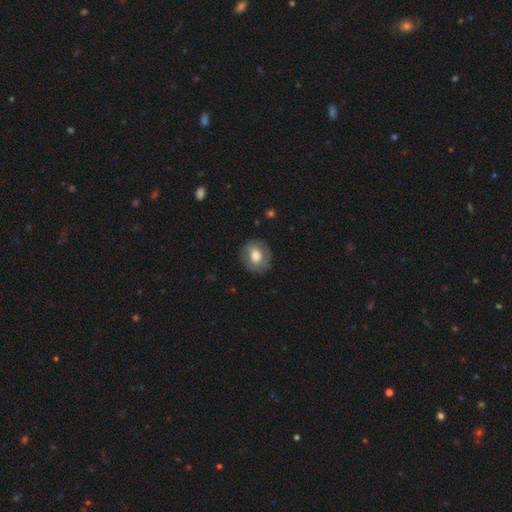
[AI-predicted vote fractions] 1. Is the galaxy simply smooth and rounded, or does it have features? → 58% smooth, 35% featured or disk, 7% star or artifact.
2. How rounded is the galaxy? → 70% round, 29% in between, 1% cigar-shaped.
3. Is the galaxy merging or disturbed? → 80% none, 13% minor disturbance, 5% major disturbance, 1% merger.